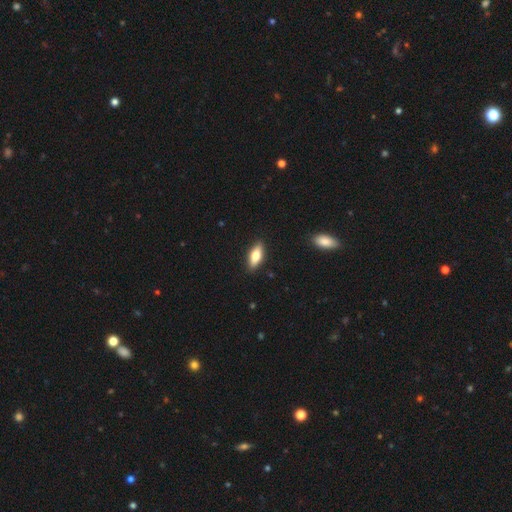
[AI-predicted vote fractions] A smooth galaxy with no disk features (71%) that is in between round and cigar-shaped (72%).

Vote fractions:
- Smooth or featured? smooth: 71% / featured or disk: 23% / star or artifact: 6%
- How rounded? in between: 72% / cigar-shaped: 25% / round: 3%
- Merging? none: 89% / minor disturbance: 8% / major disturbance: 2% / merger: 1%